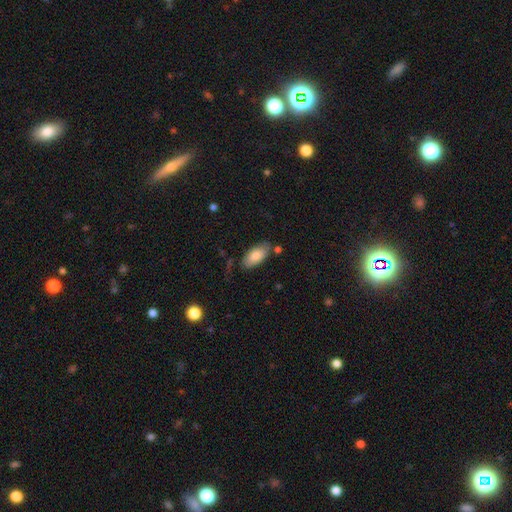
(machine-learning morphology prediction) smooth-or-featured: smooth: 82% | featured or disk: 12% | star or artifact: 6%
  how-rounded: in between: 90% | cigar-shaped: 7% | round: 2%
  merging: none: 70% | minor disturbance: 19% | major disturbance: 5% | merger: 5%